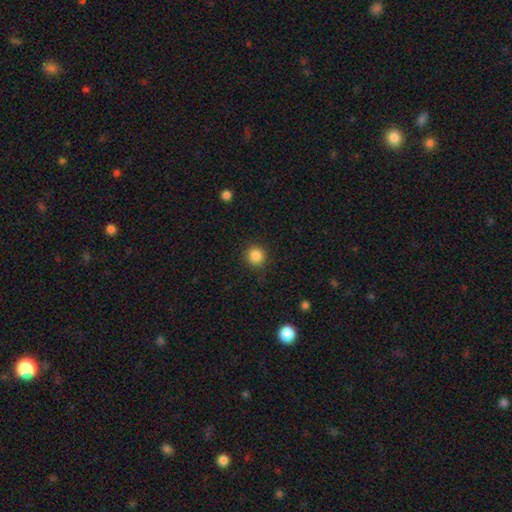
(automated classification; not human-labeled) Morphology: type=smooth (86%); roundness=round (94%); merging=none (91%).